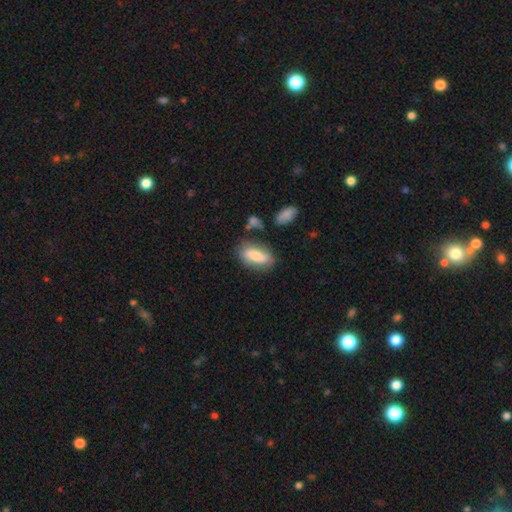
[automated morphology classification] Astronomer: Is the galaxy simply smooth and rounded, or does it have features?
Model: smooth — 73%.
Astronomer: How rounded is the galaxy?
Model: in between — 84%.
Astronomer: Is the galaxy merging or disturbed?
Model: none — 68%.